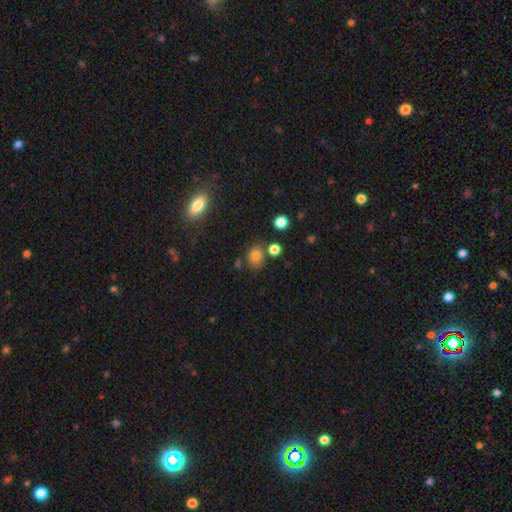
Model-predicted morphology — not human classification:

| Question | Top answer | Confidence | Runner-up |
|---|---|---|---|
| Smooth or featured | smooth | 77% | star or artifact (15%) |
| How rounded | in between | 51% | round (47%) |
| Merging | none | 71% | minor disturbance (14%) |